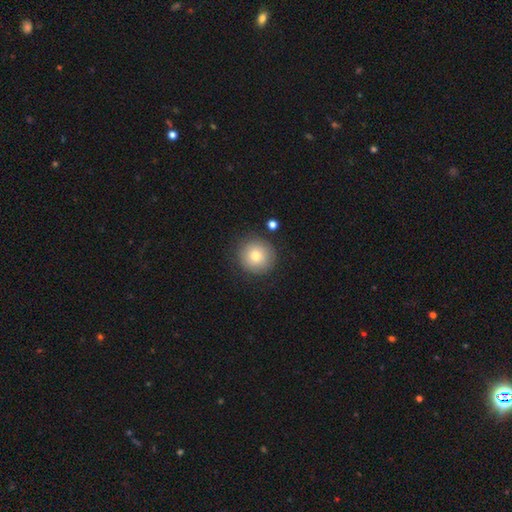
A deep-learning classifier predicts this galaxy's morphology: smooth 79%, featured or disk 12%, star or artifact 9%. Down the decision tree: how rounded — round (94%); merging — none (84%).